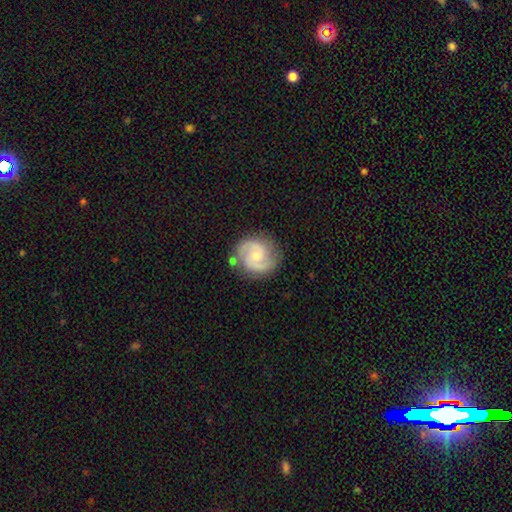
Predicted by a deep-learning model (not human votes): Smooth or featured?
  - featured or disk: 83% *
  - smooth: 12%
  - star or artifact: 5%
Edge-on disk?
  - no: 98% *
  - yes: 2%
Bar?
  - no: 55% *
  - weak: 39%
  - strong: 6%
Spiral arms?
  - yes: 97% *
  - no: 3%
Spiral winding?
  - medium: 52% *
  - tight: 35%
  - loose: 13%
Spiral arm count?
  - 2: 89% *
  - can't tell: 4%
  - 3: 3%
  - 1: 2%
  - 4: 1%
  - more than 4: 1%
Bulge size?
  - small: 52% *
  - moderate: 42%
  - none: 3%
  - large: 2%
  - dominant: 1%
Merging?
  - none: 79% *
  - minor disturbance: 13%
  - major disturbance: 4%
  - merger: 4%